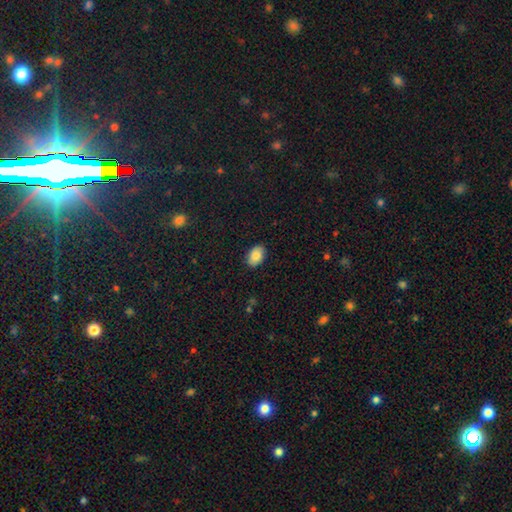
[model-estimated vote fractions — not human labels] This appears to be a smooth galaxy with no disk features (86%) that is in between round and cigar-shaped (90%). Merging: none (86%).